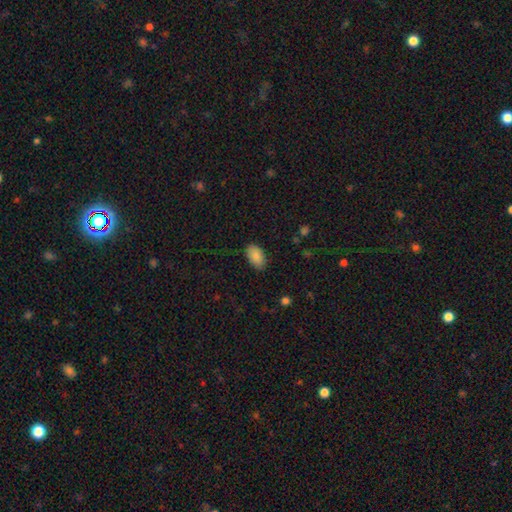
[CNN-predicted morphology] This appears to be a smooth galaxy with no disk features (88%) that is in between round and cigar-shaped (94%). Merging: none (84%).